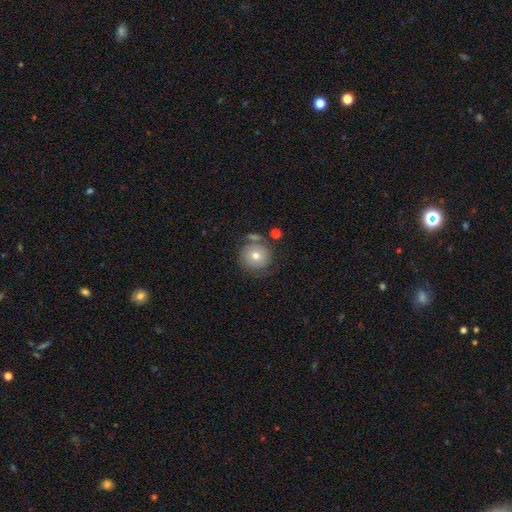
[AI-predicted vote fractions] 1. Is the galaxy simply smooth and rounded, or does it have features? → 67% smooth, 23% featured or disk, 10% star or artifact.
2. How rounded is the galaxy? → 93% round, 6% in between, 1% cigar-shaped.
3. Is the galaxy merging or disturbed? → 70% none, 14% minor disturbance, 9% merger, 6% major disturbance.